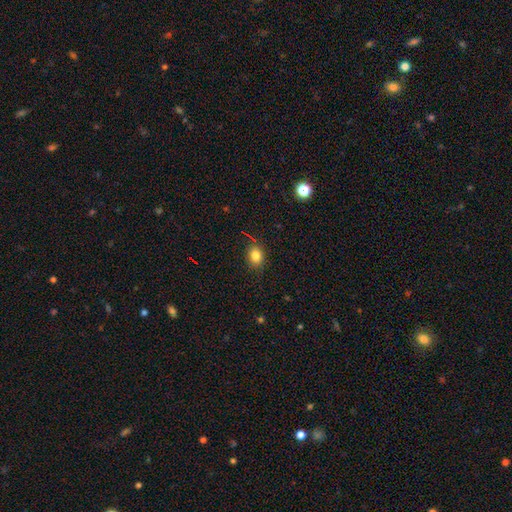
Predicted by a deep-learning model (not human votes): Smooth or featured: smooth — 82% (star or artifact — 11%)
How rounded: in between — 53% (round — 46%)
Merging: none — 84% (minor disturbance — 12%)